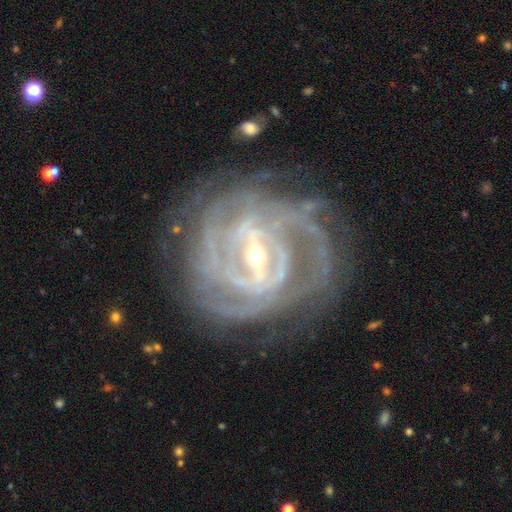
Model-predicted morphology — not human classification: A featured or disk galaxy (91%) with a strong bar (60%), 4 (26%) tight (70%) spiral arms (97%) and a small central bulge (65%).

Vote fractions:
- Smooth or featured? featured or disk: 91% / star or artifact: 5% / smooth: 3%
- Edge-on disk? no: 97% / yes: 3%
- Bar? strong: 60% / weak: 31% / no: 8%
- Spiral arms? yes: 97% / no: 3%
- Spiral winding? tight: 70% / medium: 26% / loose: 4%
- Spiral arm count? 4: 26% / can't tell: 22% / 3: 20% / 2: 15% / more than 4: 11% / 1: 6%
- Bulge size? small: 65% / moderate: 31% / large: 2% / none: 1% / dominant: 1%
- Merging? none: 74% / minor disturbance: 15% / major disturbance: 9% / merger: 2%